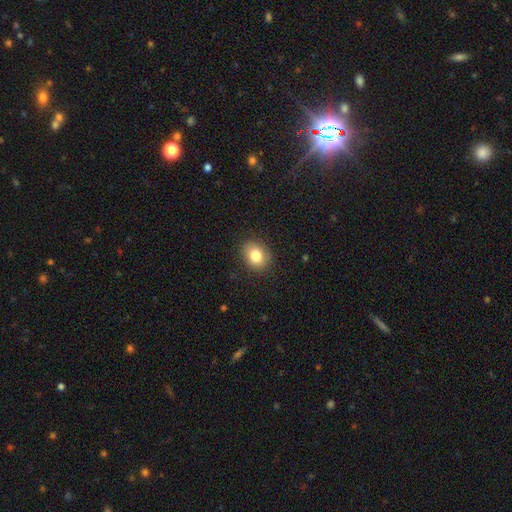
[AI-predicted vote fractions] smooth 81%, star or artifact 10%, featured or disk 9%. Down the decision tree: how rounded — round (53%); merging — none (88%).